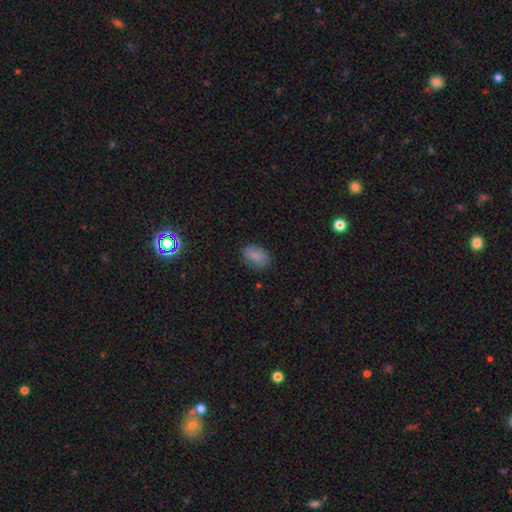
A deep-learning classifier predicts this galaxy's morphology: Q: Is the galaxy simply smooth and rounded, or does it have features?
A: smooth — 82%.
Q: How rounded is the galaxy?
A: in between — 84%.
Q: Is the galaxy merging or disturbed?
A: none — 78%.